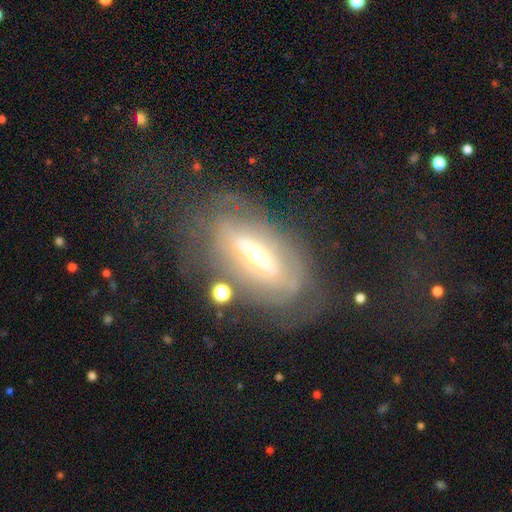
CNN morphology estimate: Smooth or featured: featured or disk — 73% (smooth — 19%)
Edge-on disk: no — 79% (yes — 21%)
Bar: strong — 41% (weak — 29%)
Spiral arms: no — 52% (yes — 48%)
Bulge size: moderate — 60% (small — 31%)
Merging: none — 60% (minor disturbance — 20%)